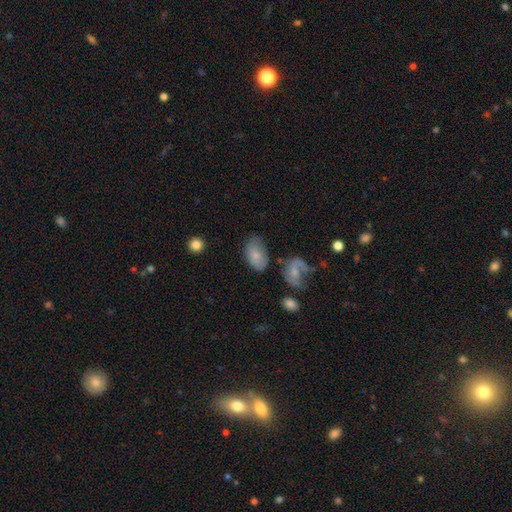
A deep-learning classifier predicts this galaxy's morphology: Smooth or featured? smooth (76%)
How rounded? in between (91%)
Merging? none (61%)